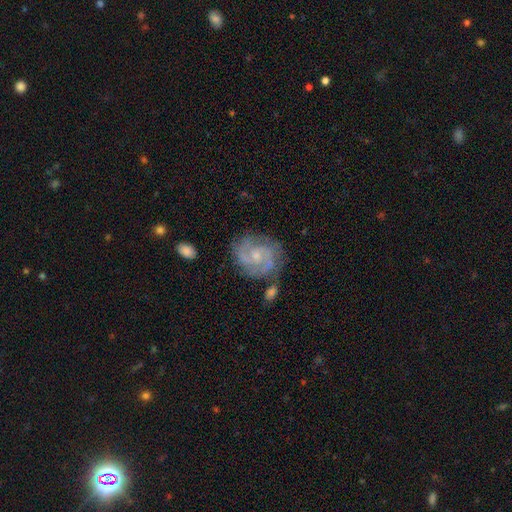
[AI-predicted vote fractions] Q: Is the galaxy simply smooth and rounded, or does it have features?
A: featured or disk — 86%.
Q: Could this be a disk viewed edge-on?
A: no — 98%.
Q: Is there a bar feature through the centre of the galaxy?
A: no — 61%.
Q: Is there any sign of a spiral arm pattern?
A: yes — 97%.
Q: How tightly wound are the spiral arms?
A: tight — 47%.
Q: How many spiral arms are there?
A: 2 — 65%.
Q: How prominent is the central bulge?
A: small — 67%.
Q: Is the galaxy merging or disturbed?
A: none — 72%.